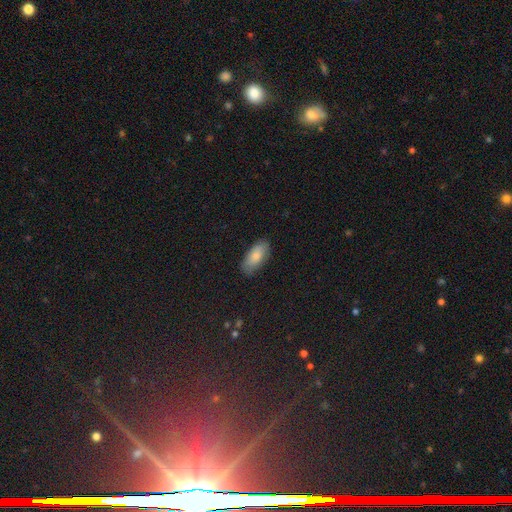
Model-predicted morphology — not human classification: Smooth or featured: smooth — 82% (featured or disk — 12%)
How rounded: in between — 89% (cigar-shaped — 9%)
Merging: none — 83% (minor disturbance — 14%)